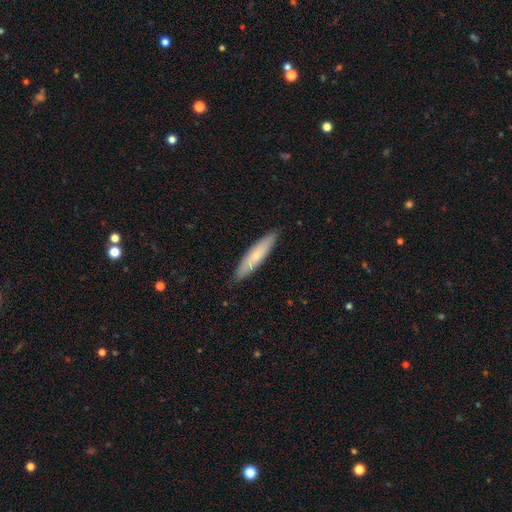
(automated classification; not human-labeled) Smooth or featured?
  - smooth: 64% *
  - featured or disk: 30%
  - star or artifact: 6%
How rounded?
  - cigar-shaped: 82% *
  - in between: 16%
  - round: 1%
Merging?
  - none: 89% *
  - minor disturbance: 9%
  - major disturbance: 2%
  - merger: 1%